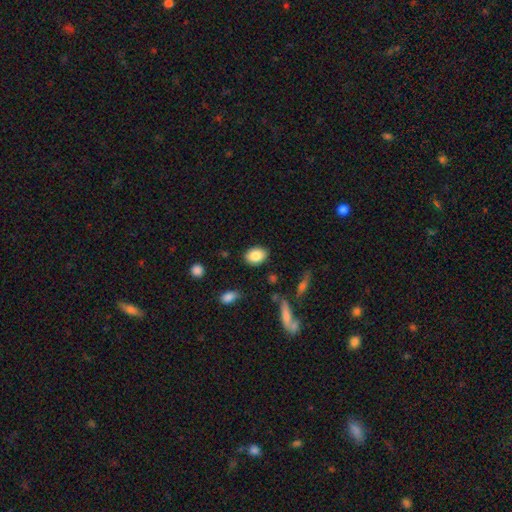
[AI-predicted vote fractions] Morphology: type=smooth (85%); roundness=in between (74%); merging=none (86%).